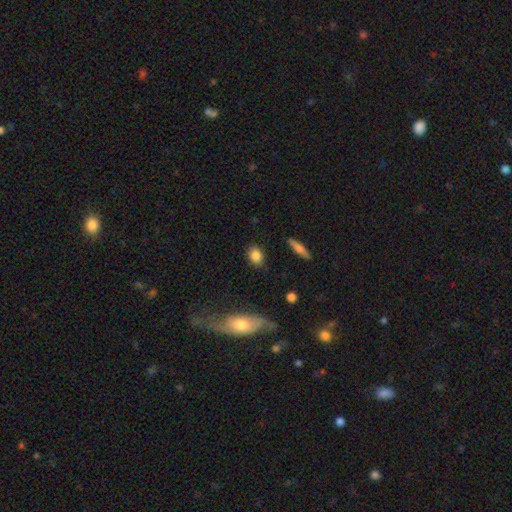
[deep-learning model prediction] Smooth or featured? Predicted: smooth (p=0.84). How rounded? Predicted: in between (p=0.62). Merging? Predicted: none (p=0.84).